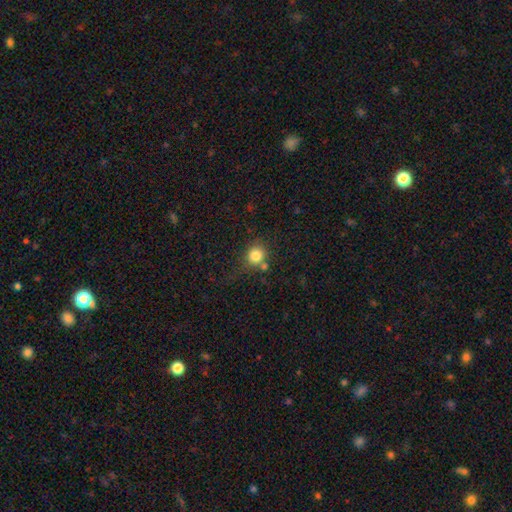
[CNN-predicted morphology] smooth_or_featured: smooth (p=0.82) [alt: star or artifact p=0.11]
how_rounded: round (p=0.86) [alt: in between p=0.13]
merging: none (p=0.61) [alt: merger p=0.17]